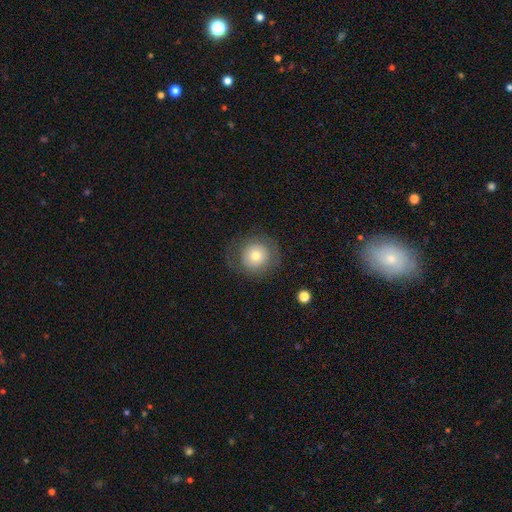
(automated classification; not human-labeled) This appears to be a smooth galaxy with no disk features (65%) that is round (92%). Merging: none (77%).